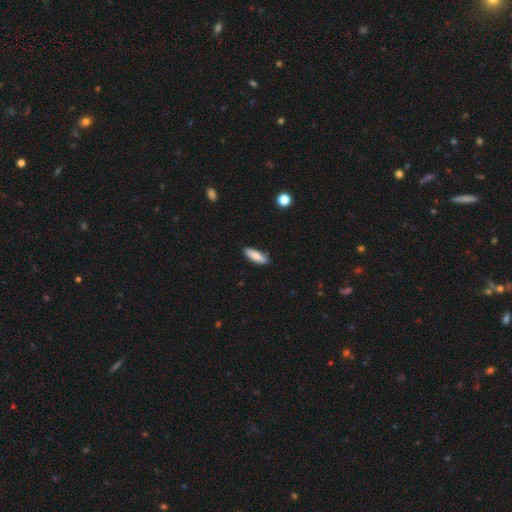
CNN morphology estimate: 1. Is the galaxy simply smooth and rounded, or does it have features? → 82% smooth, 12% featured or disk, 6% star or artifact.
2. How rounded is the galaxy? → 50% in between, 48% cigar-shaped, 2% round.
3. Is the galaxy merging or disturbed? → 87% none, 10% minor disturbance, 2% major disturbance, 1% merger.